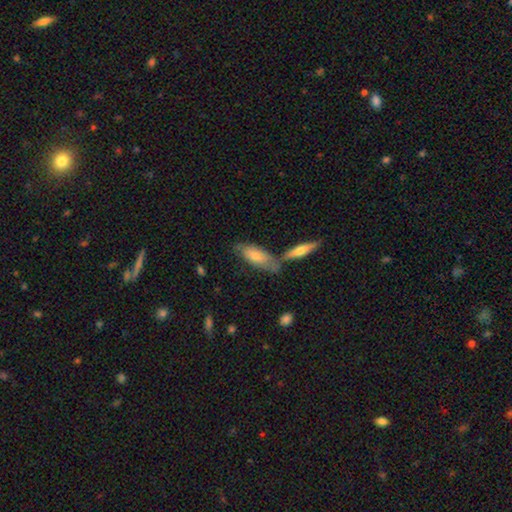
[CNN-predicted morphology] smooth-or-featured: smooth: 68% | featured or disk: 26% | star or artifact: 6%
  how-rounded: in between: 74% | cigar-shaped: 24% | round: 2%
  merging: none: 47% | merger: 29% | minor disturbance: 18% | major disturbance: 5%